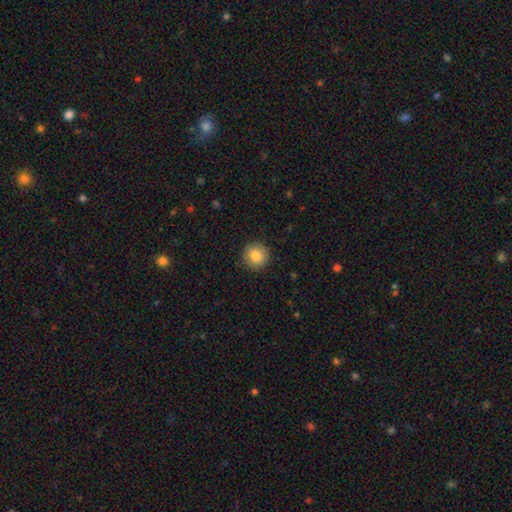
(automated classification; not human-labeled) The model was most divided on "smooth or featured": smooth: 85%, star or artifact: 8%, featured or disk: 7%. More confident: how rounded — round (94%); merging — none (90%).